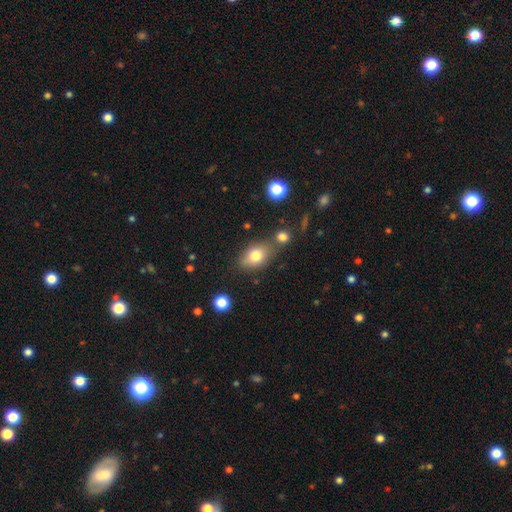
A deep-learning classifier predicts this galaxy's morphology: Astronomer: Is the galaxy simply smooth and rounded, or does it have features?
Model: smooth — 77%.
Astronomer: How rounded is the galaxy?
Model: in between — 80%.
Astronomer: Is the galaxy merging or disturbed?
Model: none — 65%.